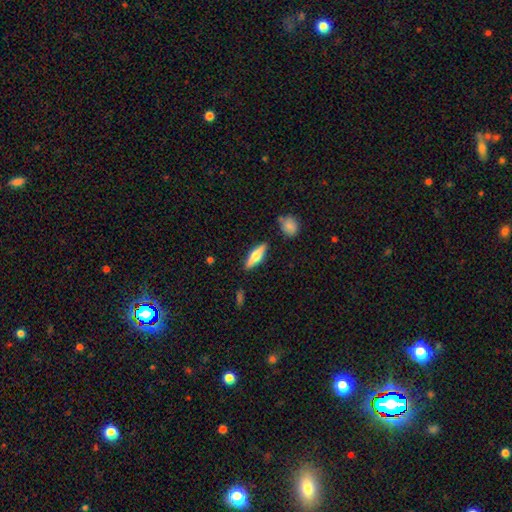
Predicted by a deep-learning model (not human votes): This appears to be a featured or disk galaxy (53%) viewed edge-on (94%) with a rounded central bulge (93%). Merging: none (87%).